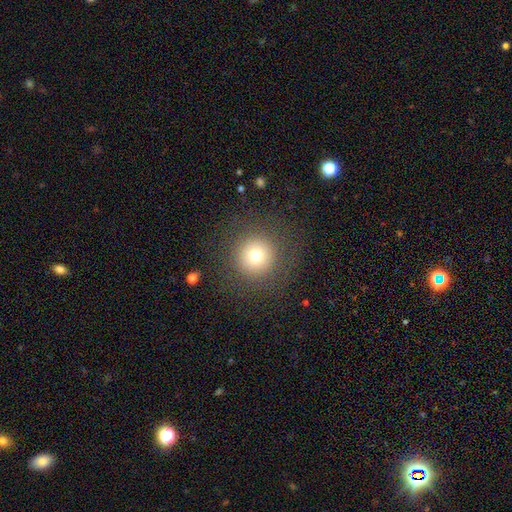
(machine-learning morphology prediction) smooth_or_featured: smooth (p=0.75) [alt: star or artifact p=0.14]
how_rounded: round (p=0.95) [alt: in between p=0.04]
merging: none (p=0.86) [alt: minor disturbance p=0.07]